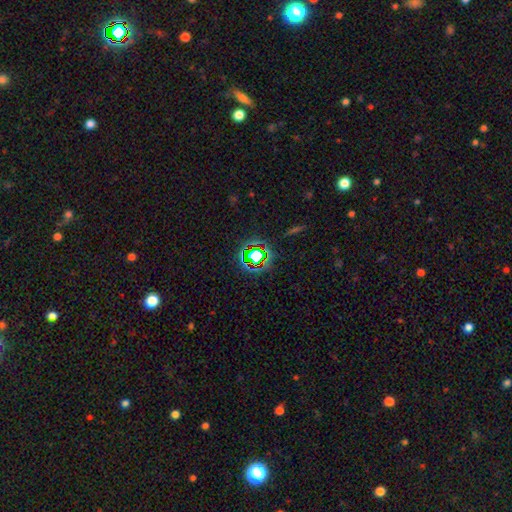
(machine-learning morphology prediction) star or artifact 66%, smooth 20%, featured or disk 13%.